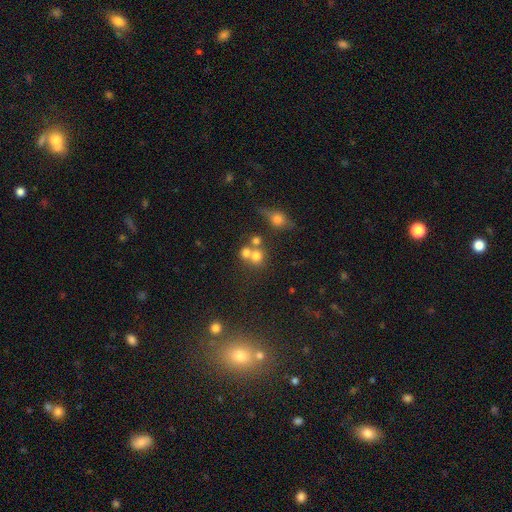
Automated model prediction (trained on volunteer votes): Overall: smooth (67%). How rounded: round (81%). Merging: merger (46%; none 41%).